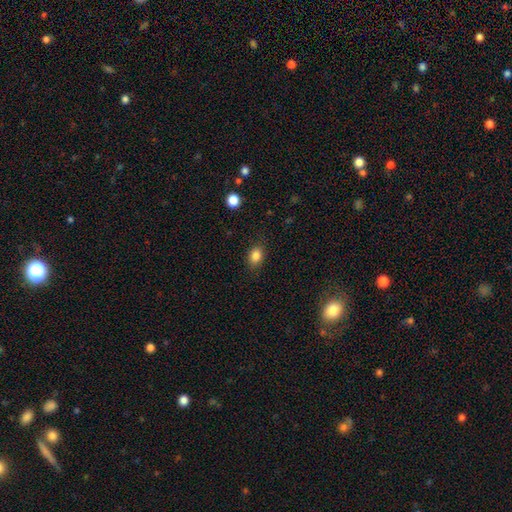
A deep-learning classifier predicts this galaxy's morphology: Smooth or featured?
  - smooth: 84% *
  - star or artifact: 10%
  - featured or disk: 6%
How rounded?
  - in between: 64% *
  - round: 35%
  - cigar-shaped: 1%
Merging?
  - none: 84% *
  - minor disturbance: 12%
  - major disturbance: 3%
  - merger: 1%